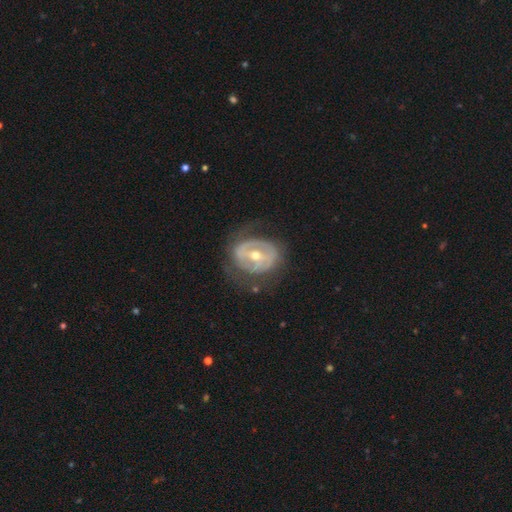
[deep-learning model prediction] Smooth or featured? Predicted: featured or disk (p=0.76). Edge-on disk? Predicted: no (p=0.95). Bar? Predicted: strong (p=0.41). Spiral arms? Predicted: no (p=0.52). Bulge size? Predicted: moderate (p=0.60). Merging? Predicted: none (p=0.62).